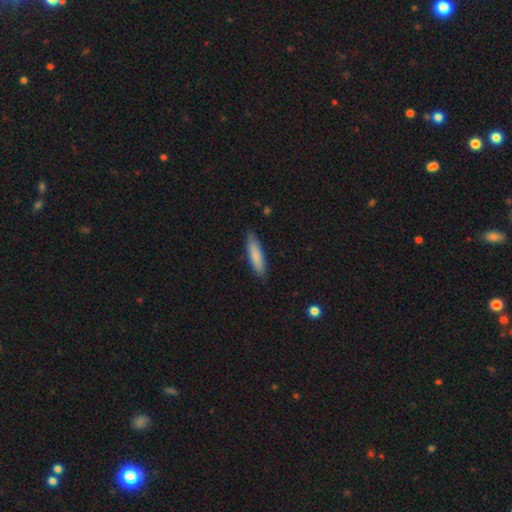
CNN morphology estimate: Smooth or featured?
  - smooth: 83% *
  - featured or disk: 11%
  - star or artifact: 5%
How rounded?
  - cigar-shaped: 74% *
  - in between: 24%
  - round: 1%
Merging?
  - none: 86% *
  - minor disturbance: 11%
  - major disturbance: 2%
  - merger: 1%